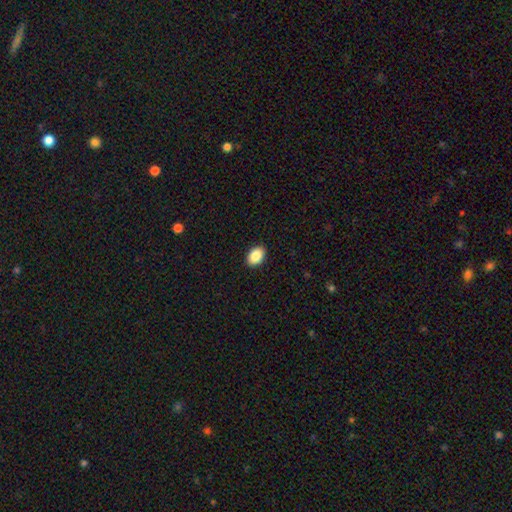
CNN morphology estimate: Overall: smooth (89%). How rounded: in between (84%). Merging: none (91%).